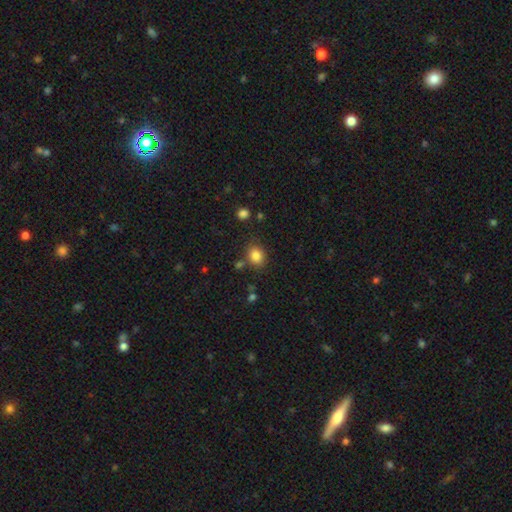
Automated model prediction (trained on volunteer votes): Smooth or featured? Predicted: smooth (p=0.84). How rounded? Predicted: in between (p=0.52). Merging? Predicted: none (p=0.78).